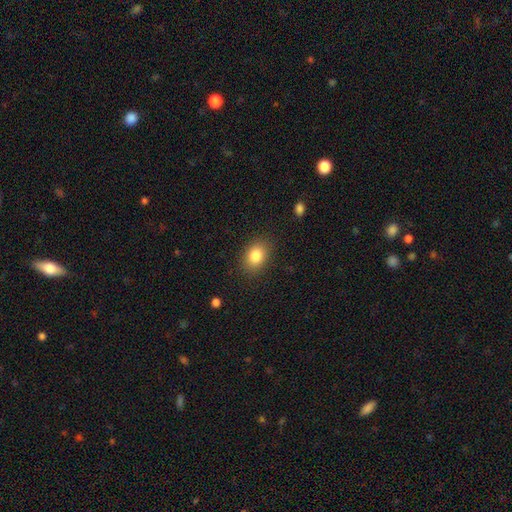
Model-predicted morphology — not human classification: Smooth or featured? Predicted: smooth (p=0.84). How rounded? Predicted: in between (p=0.72). Merging? Predicted: none (p=0.85).